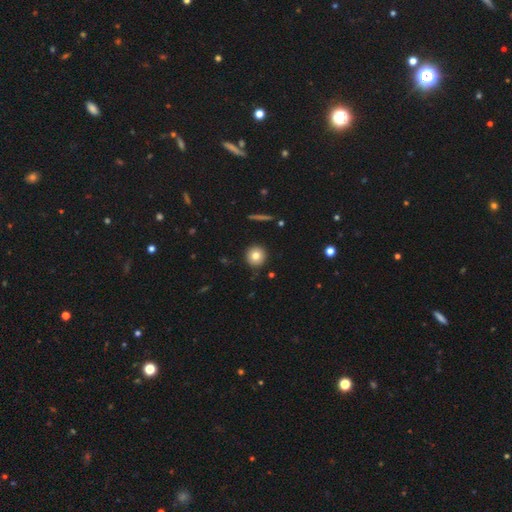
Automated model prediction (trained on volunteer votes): Smooth or featured? smooth (78%)
How rounded? round (95%)
Merging? none (91%)